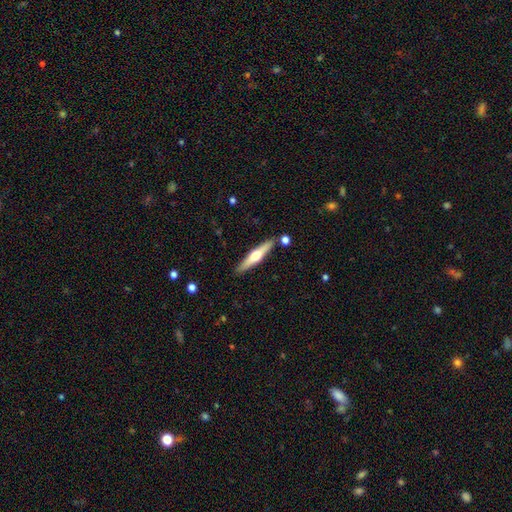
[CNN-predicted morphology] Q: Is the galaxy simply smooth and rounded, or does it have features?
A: featured or disk — 60%.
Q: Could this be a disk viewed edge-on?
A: yes — 96%.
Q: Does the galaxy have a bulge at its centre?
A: rounded — 93%.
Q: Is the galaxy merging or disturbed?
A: none — 87%.